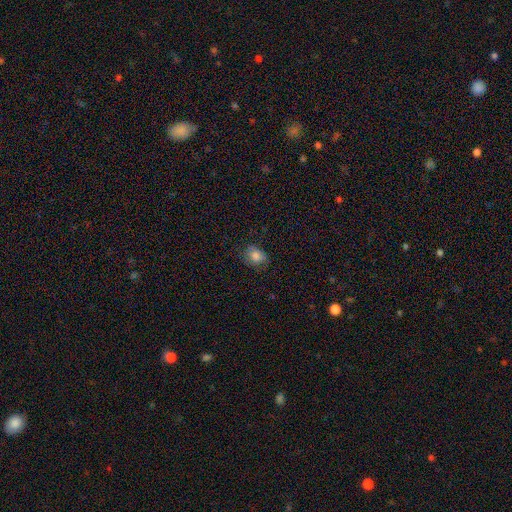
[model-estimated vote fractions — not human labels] Smooth or featured?
  - smooth: 79% *
  - star or artifact: 10%
  - featured or disk: 10%
How rounded?
  - in between: 57% *
  - round: 42%
  - cigar-shaped: 1%
Merging?
  - none: 69% *
  - minor disturbance: 23%
  - major disturbance: 7%
  - merger: 1%